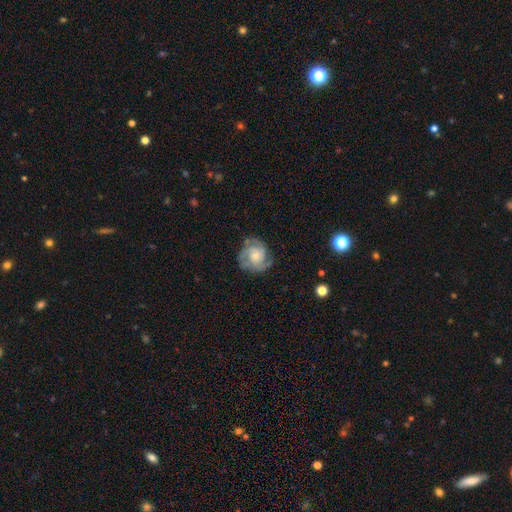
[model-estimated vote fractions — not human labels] A featured or disk galaxy (75%) with no bar (76%), 3 (33%) tight (51%) spiral arms (92%) and a small central bulge (52%). Merging: none (70%).